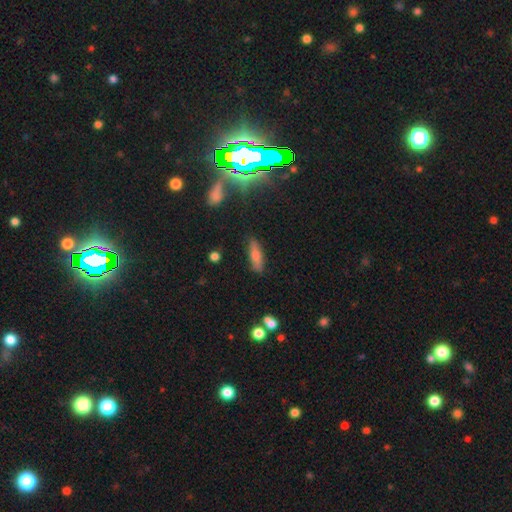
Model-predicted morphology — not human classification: Smooth or featured? Predicted: smooth (p=0.70). How rounded? Predicted: cigar-shaped (p=0.52). Merging? Predicted: none (p=0.80).